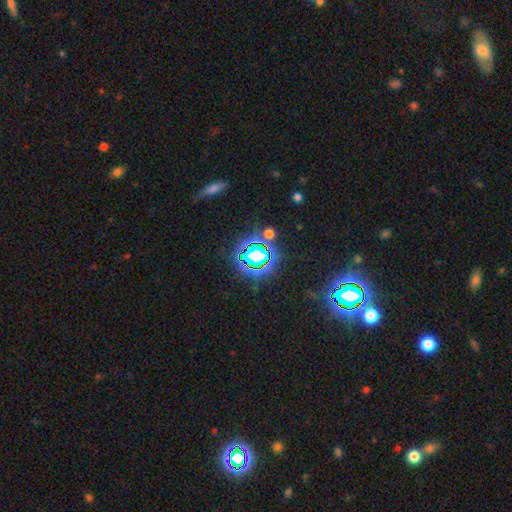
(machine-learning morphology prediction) The model was most divided on "smooth or featured": star or artifact: 73%, smooth: 16%, featured or disk: 11%.